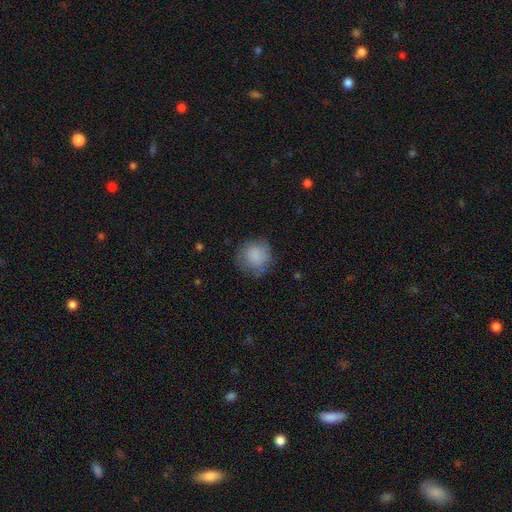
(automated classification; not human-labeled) A smooth galaxy with no disk features (83%) that is round (89%). Merging: none (71%).